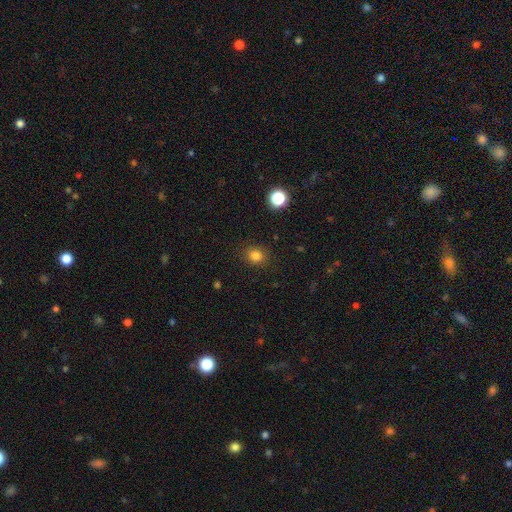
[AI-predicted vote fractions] Q: Smooth or featured?
A: smooth (82%); runner-up: star or artifact (13%)
Q: How rounded?
A: round (74%); runner-up: in between (25%)
Q: Merging?
A: none (88%); runner-up: minor disturbance (8%)